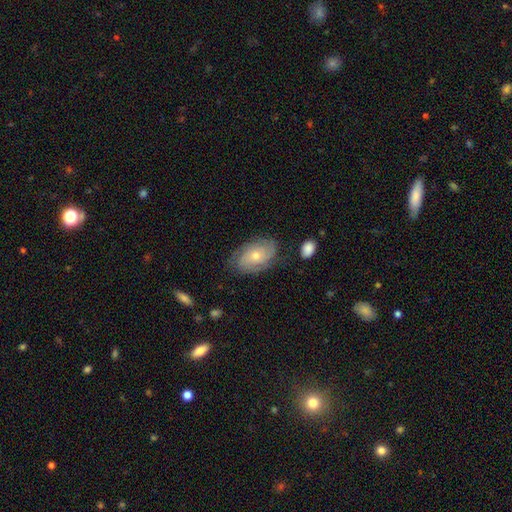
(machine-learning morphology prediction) featured or disk 62%, smooth 30%, star or artifact 8%. Down the decision tree: edge-on disk — no (95%); bar — no (79%); spiral arms — yes (86%); spiral arm count — 2 (39%); spiral winding — tight (56%); bulge size — small (52%); merging — none (76%).